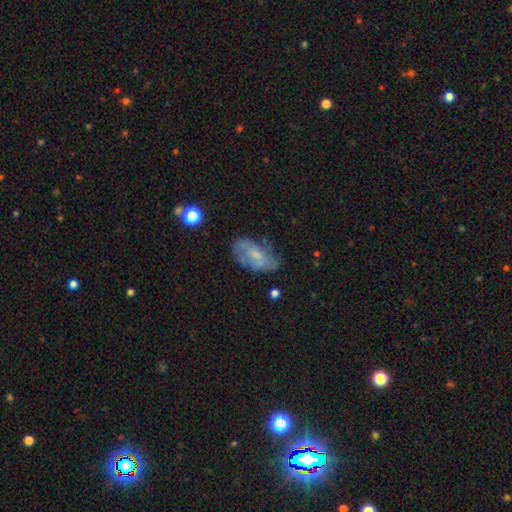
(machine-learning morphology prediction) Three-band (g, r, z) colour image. It shows a featured or disk galaxy (47%). Merging: none (55%).